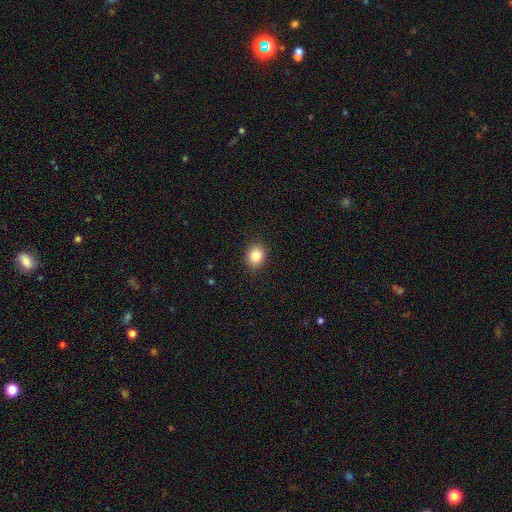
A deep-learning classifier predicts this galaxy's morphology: This is clearly a smooth galaxy (84%). How rounded: likely round (63%). Merging: clearly none (90%).